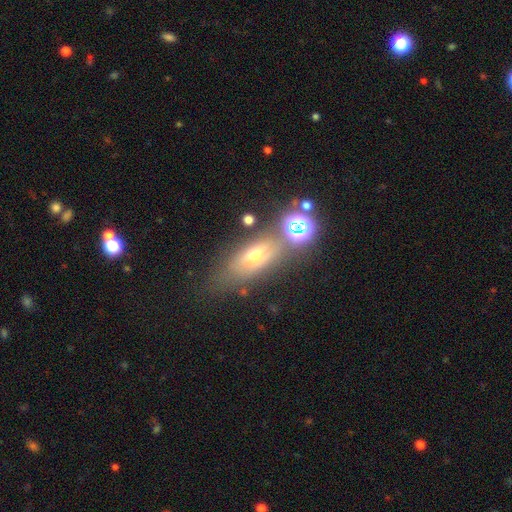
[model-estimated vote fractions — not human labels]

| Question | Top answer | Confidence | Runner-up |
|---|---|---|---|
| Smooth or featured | smooth | 50% | featured or disk (29%) |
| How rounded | in between | 63% | cigar-shaped (24%) |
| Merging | none | 60% | minor disturbance (17%) |